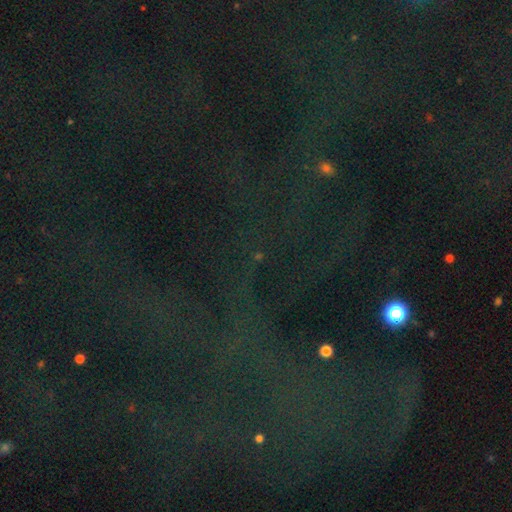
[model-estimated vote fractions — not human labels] Q: Smooth or featured?
A: star or artifact (79%); runner-up: smooth (12%)